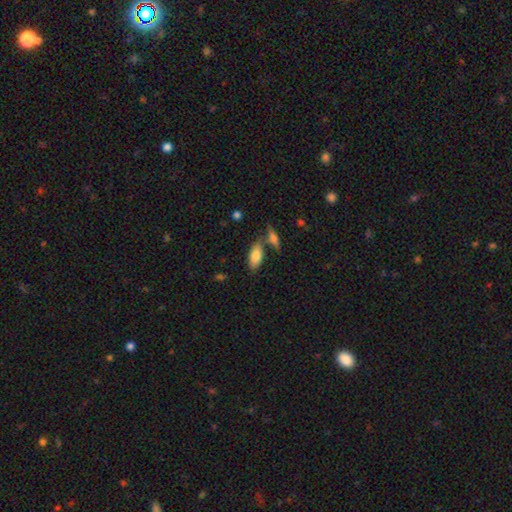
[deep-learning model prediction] Q: Smooth or featured?
A: smooth (78%); runner-up: featured or disk (15%)
Q: How rounded?
A: in between (85%); runner-up: cigar-shaped (12%)
Q: Merging?
A: none (59%); runner-up: merger (23%)